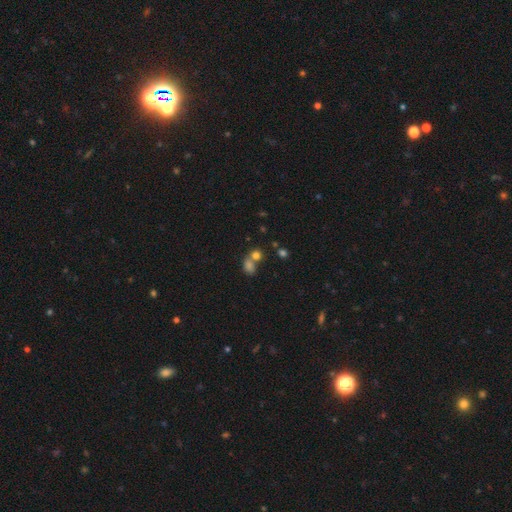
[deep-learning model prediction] Q: Smooth or featured?
A: smooth (76%); runner-up: star or artifact (15%)
Q: How rounded?
A: round (58%); runner-up: in between (40%)
Q: Merging?
A: merger (48%); runner-up: none (40%)